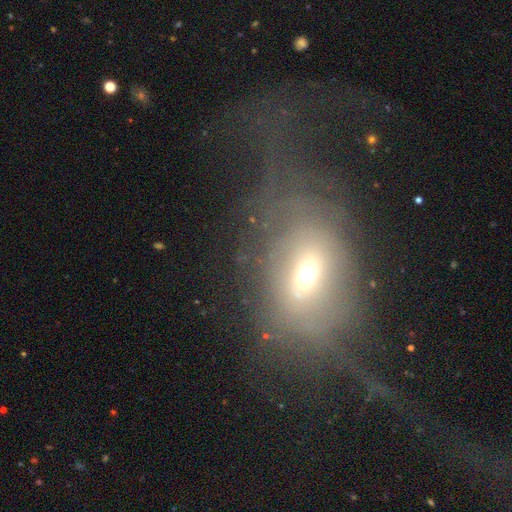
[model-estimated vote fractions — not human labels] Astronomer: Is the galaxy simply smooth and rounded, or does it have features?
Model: featured or disk — 42% (runner-up: smooth, 41%).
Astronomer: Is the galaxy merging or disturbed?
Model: major disturbance — 57%.